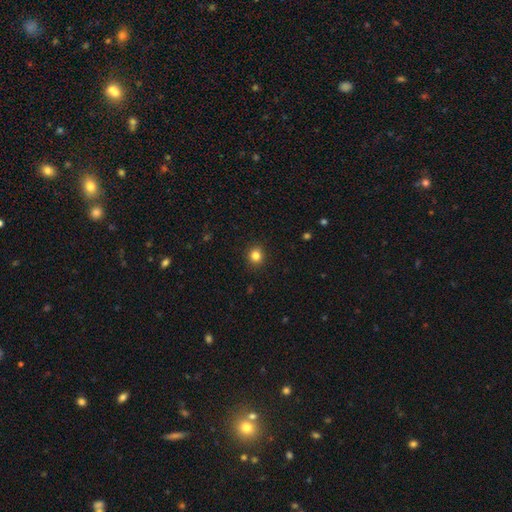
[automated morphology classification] smooth_or_featured: smooth (p=0.83) [alt: star or artifact p=0.12]
how_rounded: round (p=0.87) [alt: in between p=0.12]
merging: none (p=0.91) [alt: minor disturbance p=0.06]